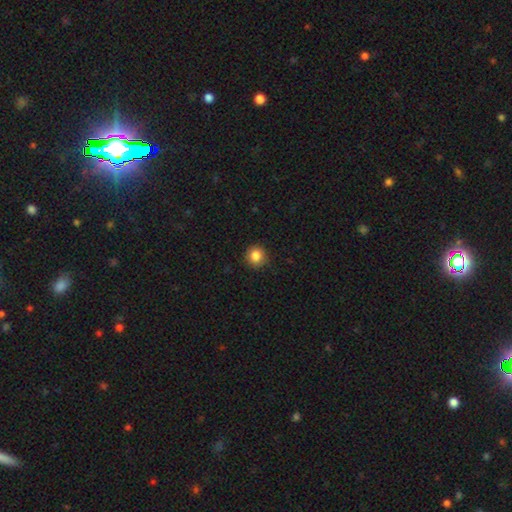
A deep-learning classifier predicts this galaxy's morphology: Q: Smooth or featured?
A: smooth (85%); runner-up: star or artifact (10%)
Q: How rounded?
A: round (92%); runner-up: in between (7%)
Q: Merging?
A: none (91%); runner-up: minor disturbance (6%)